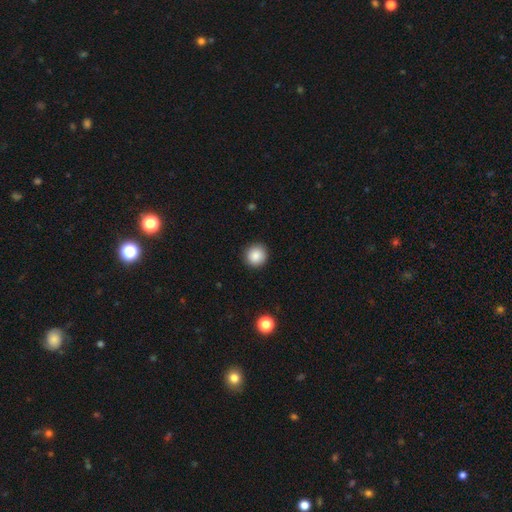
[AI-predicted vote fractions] This is clearly a smooth galaxy (87%). How rounded: clearly round (93%). Merging: clearly none (91%).